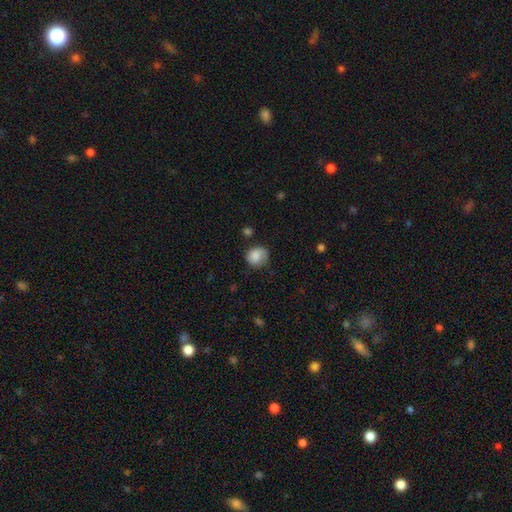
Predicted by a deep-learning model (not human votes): A smooth galaxy with no disk features (74%) that is round (77%). Merging: none (63%).